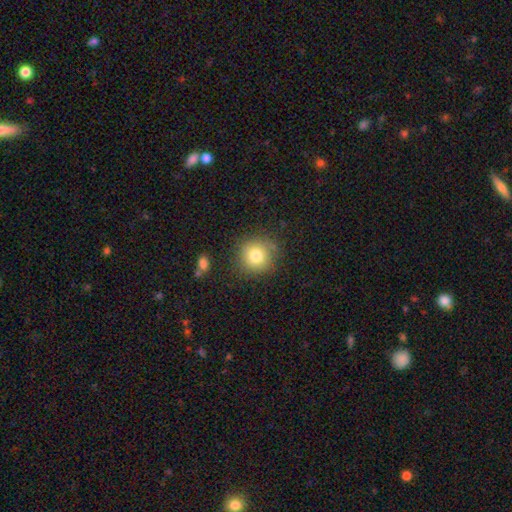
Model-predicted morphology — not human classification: Smooth or featured? Predicted: smooth (p=0.79). How rounded? Predicted: round (p=0.91). Merging? Predicted: none (p=0.81).